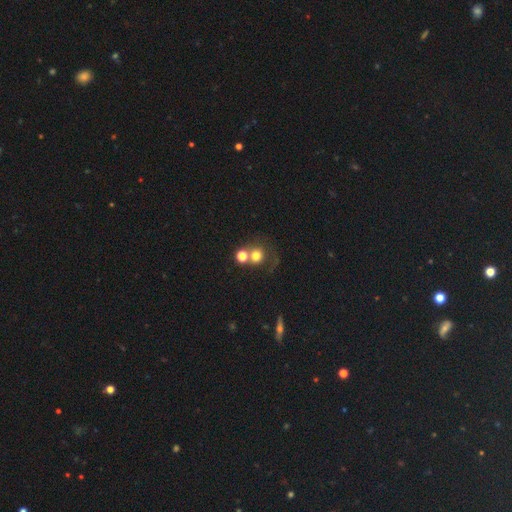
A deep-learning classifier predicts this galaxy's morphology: The model was most divided on "merging": none: 40%, merger: 39%, major disturbance: 11%, minor disturbance: 10%. More confident: how rounded — round (84%); smooth or featured — smooth (68%).